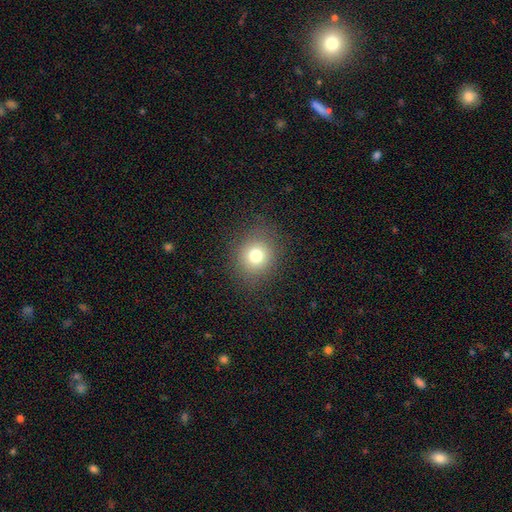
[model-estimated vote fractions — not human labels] smooth-or-featured: smooth: 77% | star or artifact: 14% | featured or disk: 9%
  how-rounded: round: 80% | in between: 19% | cigar-shaped: 1%
  merging: none: 87% | minor disturbance: 9% | major disturbance: 4% | merger: 1%